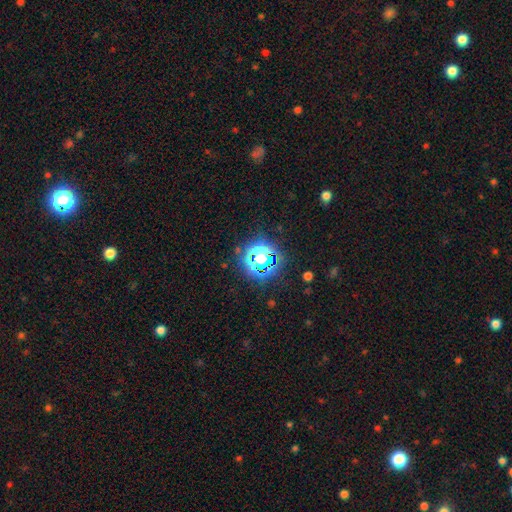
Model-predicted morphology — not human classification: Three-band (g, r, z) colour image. It shows a star or artifact, not a galaxy (77%).